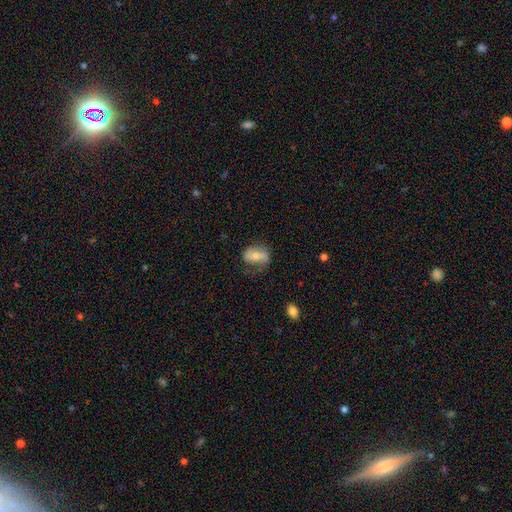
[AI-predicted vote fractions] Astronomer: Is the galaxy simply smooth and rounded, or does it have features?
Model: smooth — 51% (runner-up: featured or disk, 41%).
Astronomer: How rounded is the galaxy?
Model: in between — 82%.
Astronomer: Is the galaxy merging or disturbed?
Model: none — 56%.